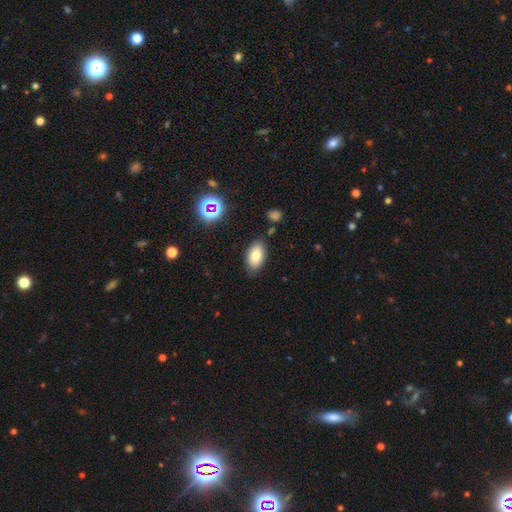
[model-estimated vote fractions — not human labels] smooth_or_featured: smooth (p=0.78) [alt: featured or disk p=0.12]
how_rounded: in between (p=0.93) [alt: round p=0.05]
merging: none (p=0.83) [alt: minor disturbance p=0.12]